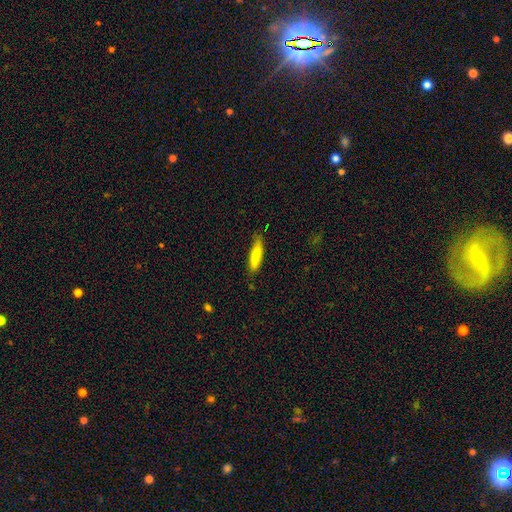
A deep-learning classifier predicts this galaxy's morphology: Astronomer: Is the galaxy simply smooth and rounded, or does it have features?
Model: smooth — 84%.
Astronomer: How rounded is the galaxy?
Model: cigar-shaped — 71%.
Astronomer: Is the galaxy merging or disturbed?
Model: none — 77%.